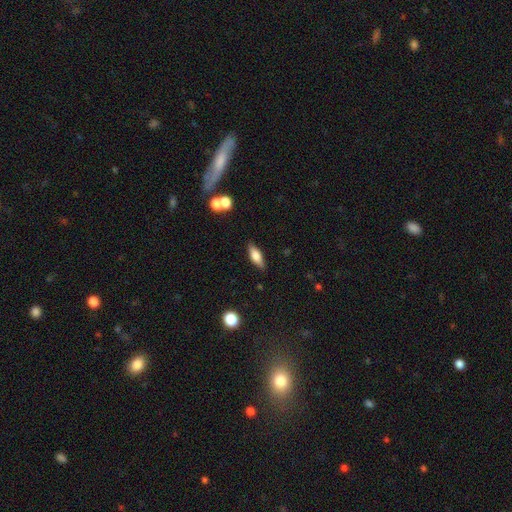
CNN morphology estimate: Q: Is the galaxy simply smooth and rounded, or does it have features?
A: smooth — 62%.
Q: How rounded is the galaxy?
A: in between — 61%.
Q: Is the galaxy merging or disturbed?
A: none — 85%.